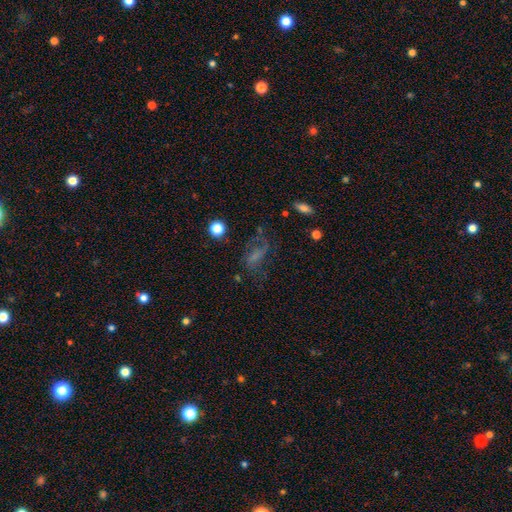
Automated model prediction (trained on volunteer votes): Q: Smooth or featured?
A: featured or disk (47%); runner-up: smooth (32%)
Q: Merging?
A: none (45%); runner-up: major disturbance (31%)